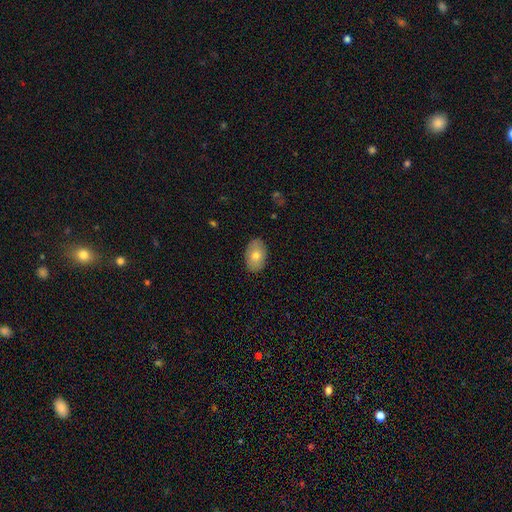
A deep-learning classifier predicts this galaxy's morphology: A smooth galaxy with no disk features (73%) that is in between round and cigar-shaped (90%). Merging: none (88%).